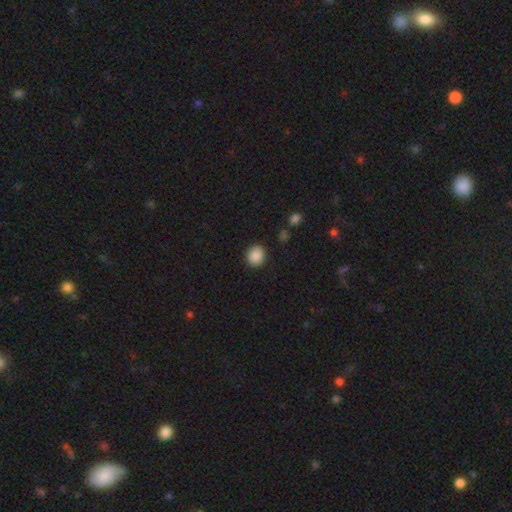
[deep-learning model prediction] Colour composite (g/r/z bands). It shows a smooth galaxy with no disk features (88%) that is round (79%). Merging: none (90%).